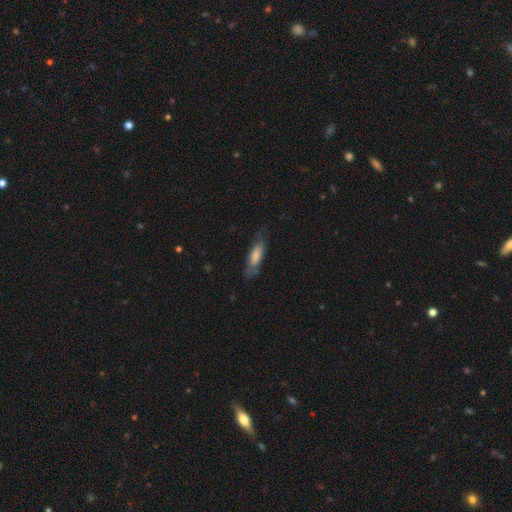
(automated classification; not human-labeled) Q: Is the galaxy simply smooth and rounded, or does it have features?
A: smooth — 70%.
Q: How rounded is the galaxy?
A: cigar-shaped — 53%.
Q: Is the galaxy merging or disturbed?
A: none — 66%.